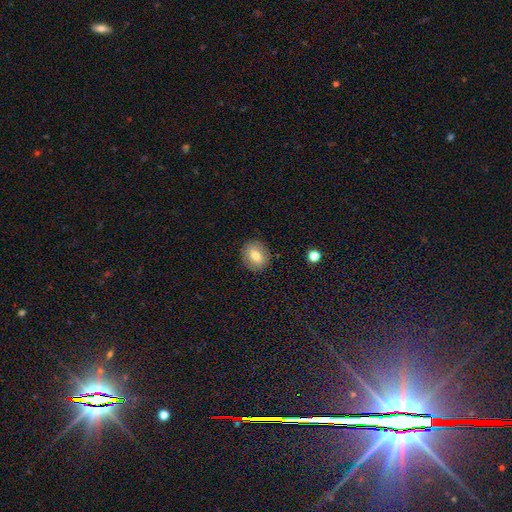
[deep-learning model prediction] The model was most divided on "how rounded": round: 64%, in between: 35%, cigar-shaped: 1%. More confident: merging — none (87%); smooth or featured — smooth (67%).